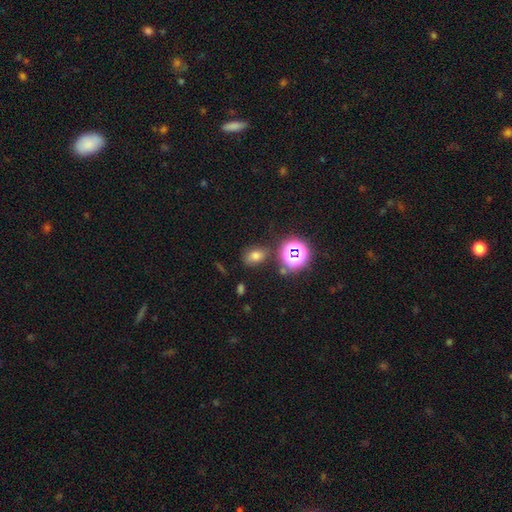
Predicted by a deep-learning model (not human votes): Overall: smooth (66%). How rounded: in between (72%). Merging: none (76%).